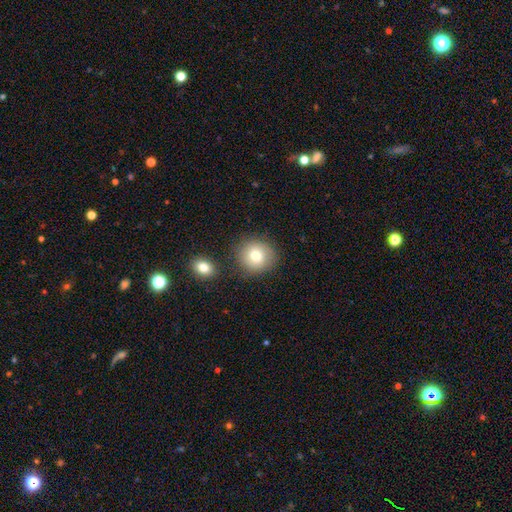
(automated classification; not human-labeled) smooth-or-featured: smooth: 77% | featured or disk: 12% | star or artifact: 11%
  how-rounded: round: 87% | in between: 12% | cigar-shaped: 1%
  merging: none: 80% | minor disturbance: 10% | merger: 7% | major disturbance: 3%